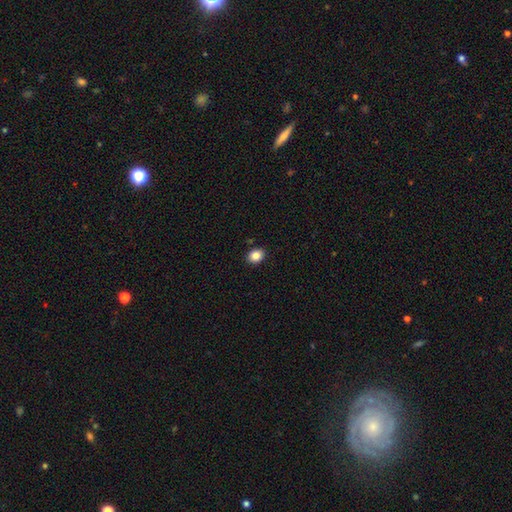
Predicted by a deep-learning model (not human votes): Smooth or featured? Predicted: smooth (p=0.86). How rounded? Predicted: in between (p=0.55). Merging? Predicted: none (p=0.89).